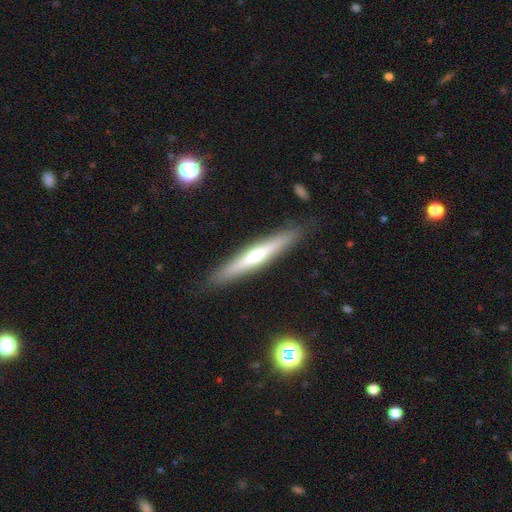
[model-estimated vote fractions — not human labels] A featured or disk galaxy (59%) viewed edge-on (95%) with a rounded central bulge (76%).

Vote fractions:
- Smooth or featured? featured or disk: 59% / smooth: 35% / star or artifact: 6%
- Edge-on disk? yes: 95% / no: 5%
- Edge-on bulge? rounded: 76% / none: 20% / boxy: 5%
- Merging? none: 89% / minor disturbance: 8% / major disturbance: 2% / merger: 1%